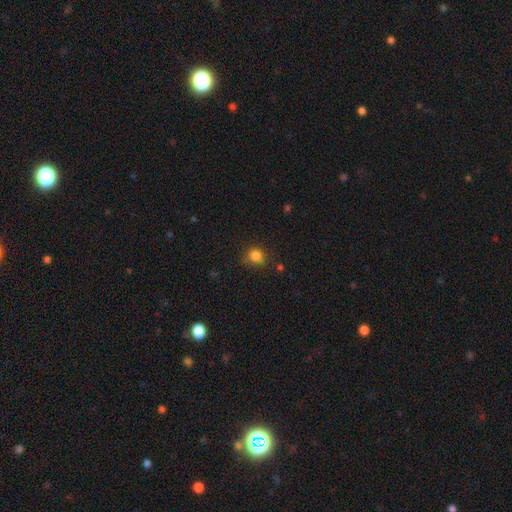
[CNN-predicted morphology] smooth-or-featured: smooth: 83% | star or artifact: 12% | featured or disk: 4%
  how-rounded: round: 87% | in between: 12% | cigar-shaped: 1%
  merging: none: 82% | minor disturbance: 13% | major disturbance: 3% | merger: 3%